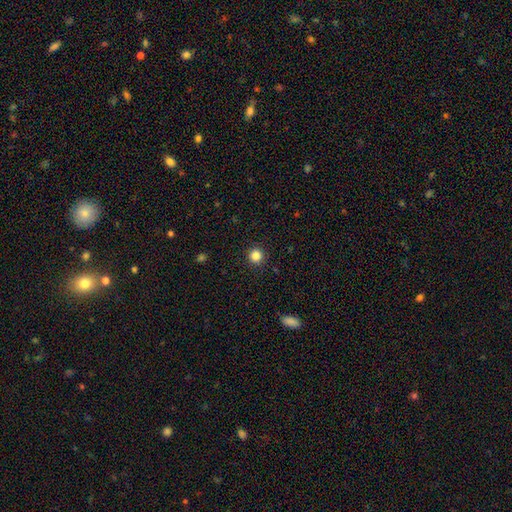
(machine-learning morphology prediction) smooth-or-featured: smooth: 84% | star or artifact: 12% | featured or disk: 4%
  how-rounded: round: 95% | in between: 4% | cigar-shaped: 1%
  merging: none: 92% | minor disturbance: 5% | major disturbance: 2% | merger: 1%